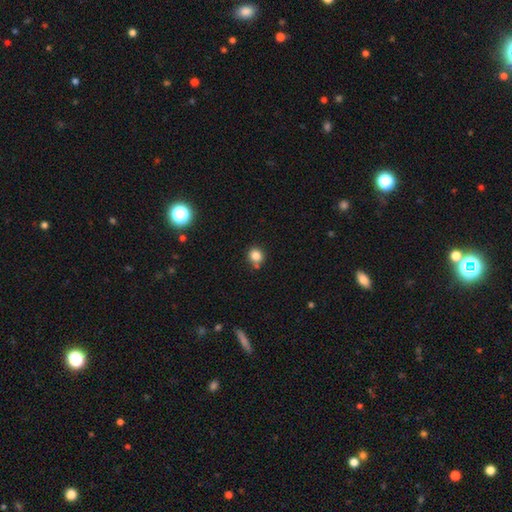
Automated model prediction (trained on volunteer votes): This is clearly a smooth galaxy (83%). How rounded: clearly round (82%). Merging: likely none (71%).